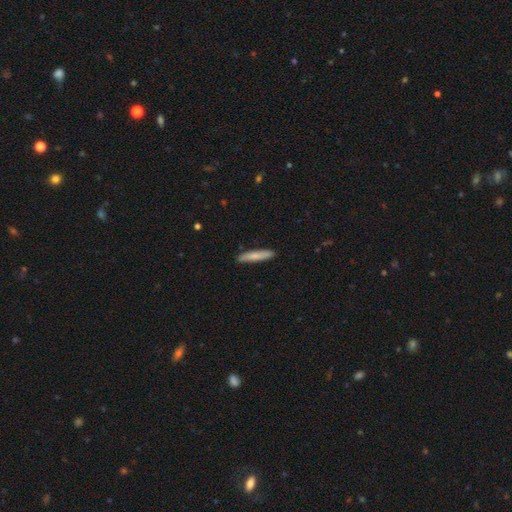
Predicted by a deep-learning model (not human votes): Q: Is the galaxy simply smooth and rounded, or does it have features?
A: smooth — 76%.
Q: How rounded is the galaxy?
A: cigar-shaped — 92%.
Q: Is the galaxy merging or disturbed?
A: none — 89%.